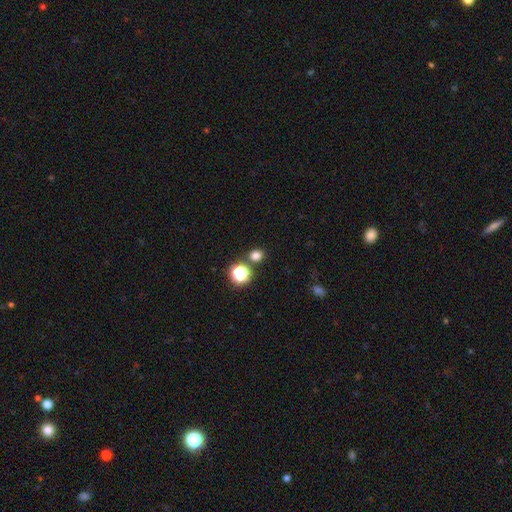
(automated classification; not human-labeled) Q: Smooth or featured?
A: smooth (74%); runner-up: star or artifact (21%)
Q: How rounded?
A: round (81%); runner-up: in between (18%)
Q: Merging?
A: none (80%); runner-up: merger (10%)